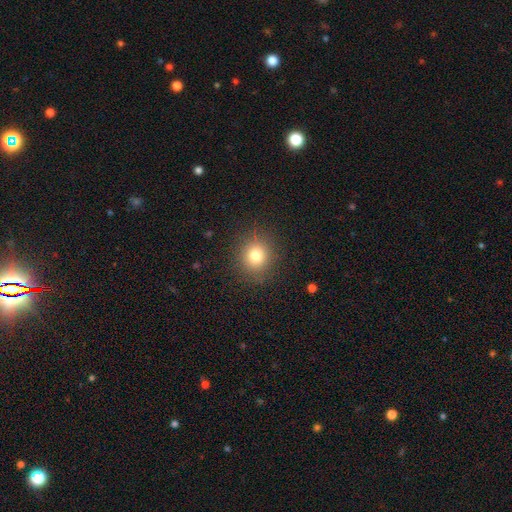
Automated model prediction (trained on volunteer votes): Smooth or featured?
  - smooth: 78% *
  - star or artifact: 14%
  - featured or disk: 8%
How rounded?
  - round: 86% *
  - in between: 13%
  - cigar-shaped: 1%
Merging?
  - none: 88% *
  - minor disturbance: 7%
  - major disturbance: 3%
  - merger: 1%